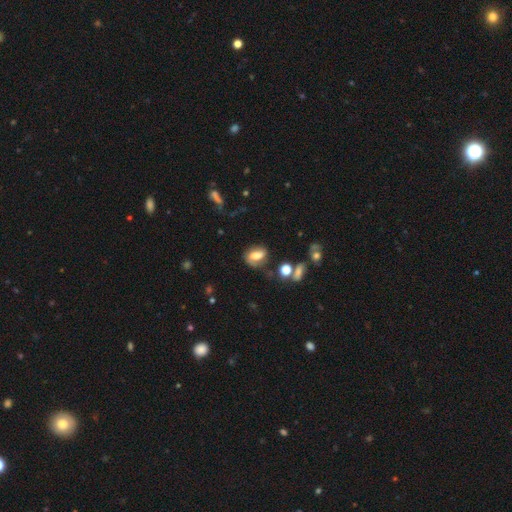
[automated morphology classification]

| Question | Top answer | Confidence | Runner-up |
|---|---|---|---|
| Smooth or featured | smooth | 46% | featured or disk (43%) |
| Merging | none | 54% | minor disturbance (24%) |